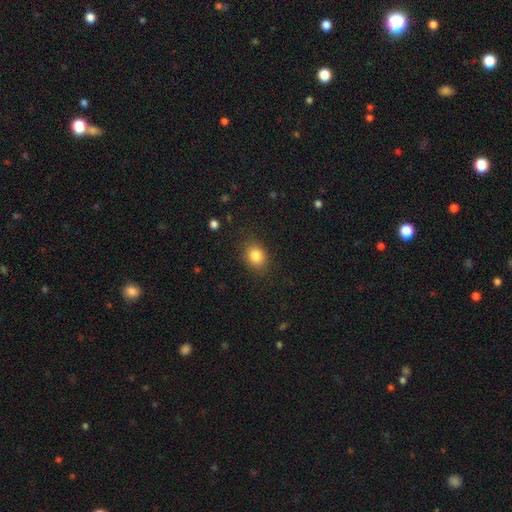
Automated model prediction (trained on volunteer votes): This is clearly a smooth galaxy (84%). How rounded: possibly round (54%). Merging: clearly none (85%).